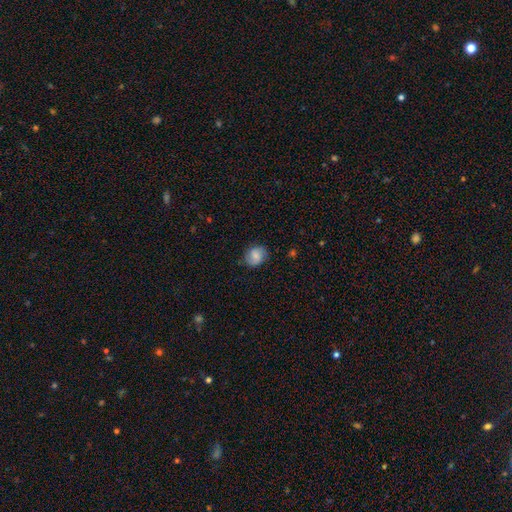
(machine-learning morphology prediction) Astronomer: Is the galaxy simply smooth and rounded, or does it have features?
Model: smooth — 62%.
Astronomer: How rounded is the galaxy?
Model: round — 66%.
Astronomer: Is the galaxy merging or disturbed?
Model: none — 77%.